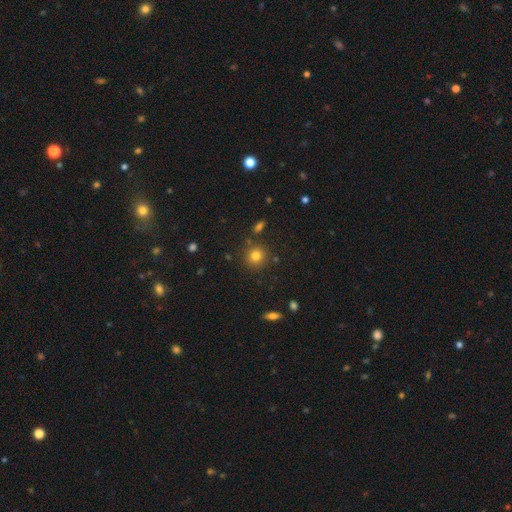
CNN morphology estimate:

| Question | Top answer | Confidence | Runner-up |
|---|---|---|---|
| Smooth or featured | smooth | 79% | star or artifact (13%) |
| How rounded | round | 88% | in between (11%) |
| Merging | none | 84% | minor disturbance (8%) |